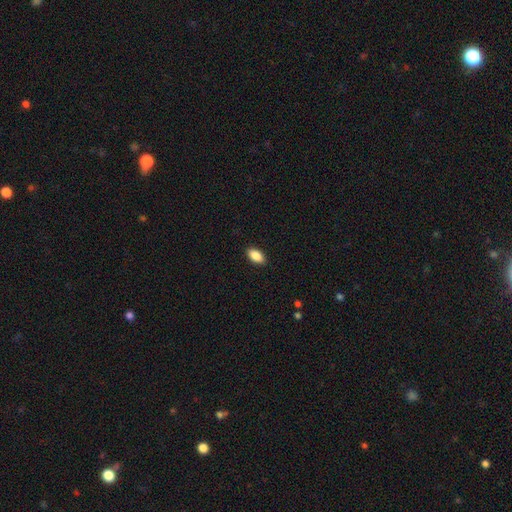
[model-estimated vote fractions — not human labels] Smooth or featured: smooth — 88% (star or artifact — 7%)
How rounded: in between — 92% (cigar-shaped — 4%)
Merging: none — 89% (minor disturbance — 8%)